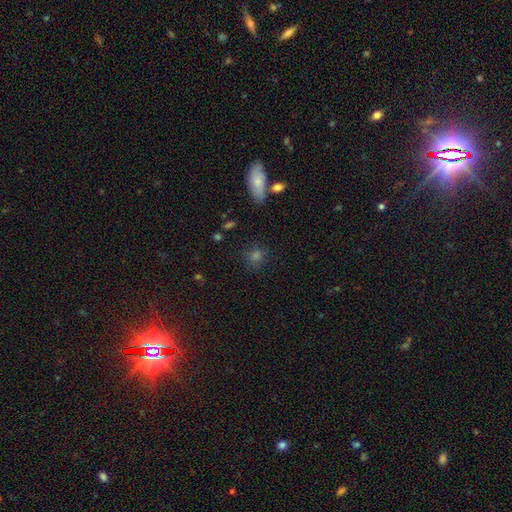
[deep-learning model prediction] Smooth or featured? Predicted: smooth (p=0.69). How rounded? Predicted: round (p=0.77). Merging? Predicted: none (p=0.82).